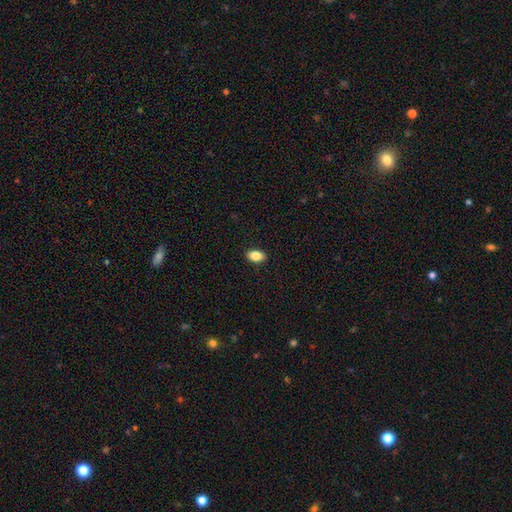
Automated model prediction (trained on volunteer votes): smooth 87%, star or artifact 8%, featured or disk 5%. Down the decision tree: how rounded — in between (90%); merging — none (90%).